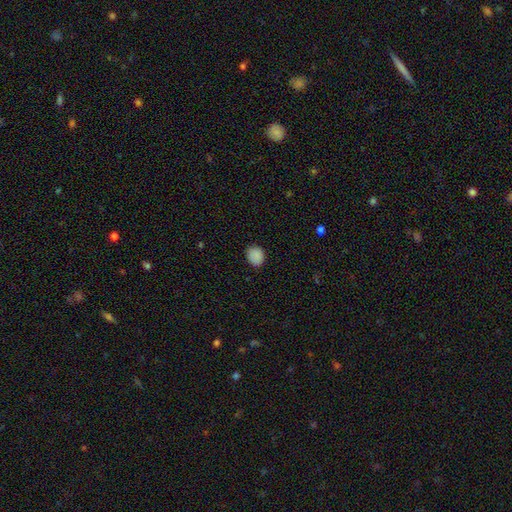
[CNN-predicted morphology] Q: Smooth or featured?
A: smooth (88%); runner-up: star or artifact (9%)
Q: How rounded?
A: round (65%); runner-up: in between (34%)
Q: Merging?
A: none (84%); runner-up: minor disturbance (12%)